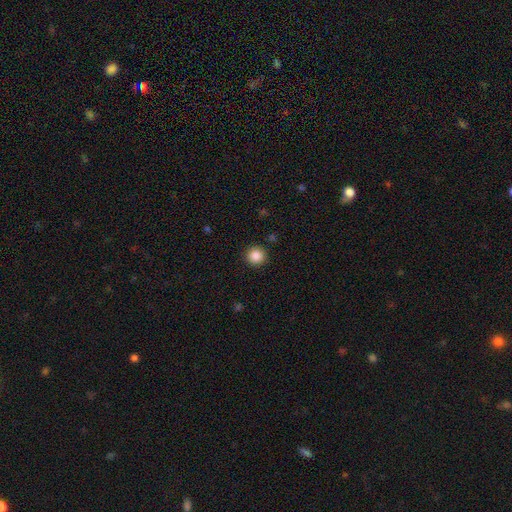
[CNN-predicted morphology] smooth 87%, star or artifact 10%, featured or disk 3%. Down the decision tree: how rounded — round (94%); merging — none (91%).